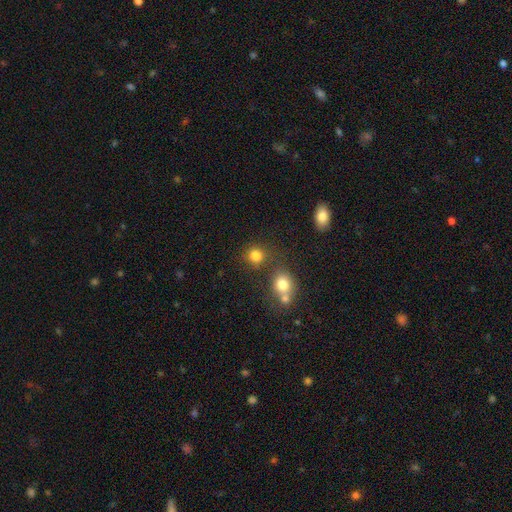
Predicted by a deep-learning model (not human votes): This appears to be a smooth galaxy with no disk features (81%) that is round (85%). Merging: none (69%).